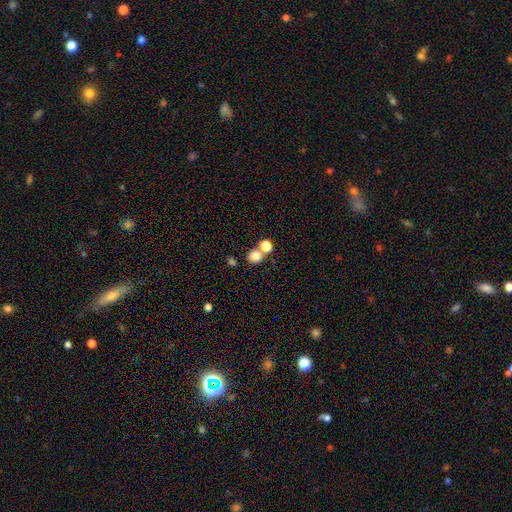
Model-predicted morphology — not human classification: Smooth or featured: smooth — 80% (star or artifact — 13%)
How rounded: round — 78% (in between — 21%)
Merging: none — 56% (merger — 34%)